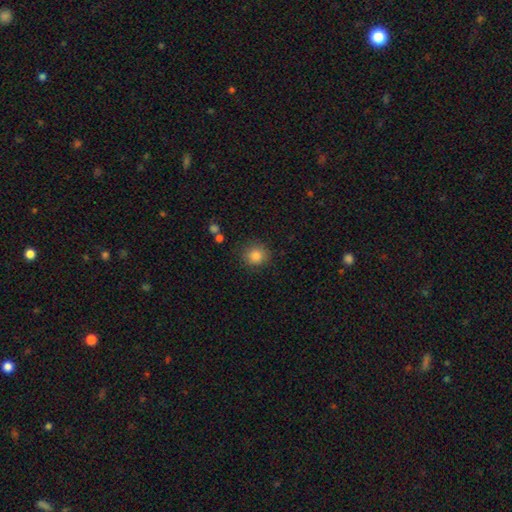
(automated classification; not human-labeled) A smooth galaxy with no disk features (85%) that is round (90%).

Vote fractions:
- Smooth or featured? smooth: 85% / star or artifact: 10% / featured or disk: 5%
- How rounded? round: 90% / in between: 9% / cigar-shaped: 1%
- Merging? none: 86% / minor disturbance: 9% / major disturbance: 3% / merger: 2%